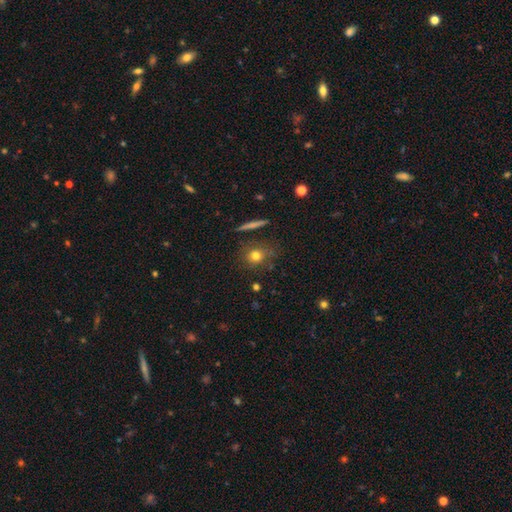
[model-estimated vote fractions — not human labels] Smooth or featured: smooth — 73% (featured or disk — 14%)
How rounded: round — 77% (in between — 19%)
Merging: none — 75% (minor disturbance — 15%)